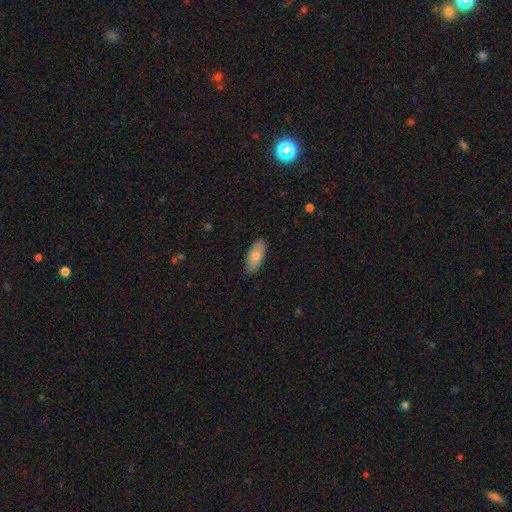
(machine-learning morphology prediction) A smooth galaxy with no disk features (81%) that is in between round and cigar-shaped (89%). Merging: none (85%).